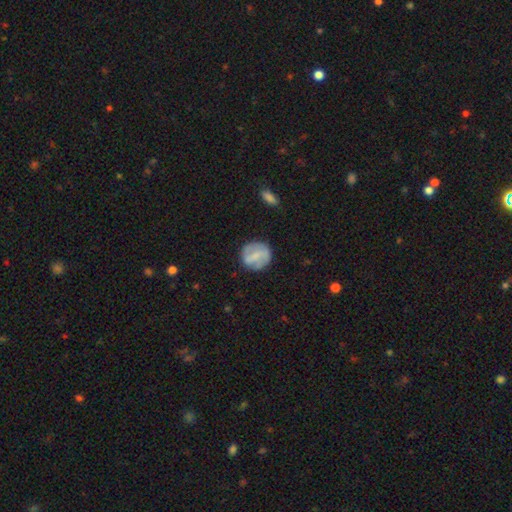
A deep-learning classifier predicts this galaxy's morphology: Smooth or featured?
  - smooth: 48% *
  - featured or disk: 45%
  - star or artifact: 7%
Merging?
  - none: 74% *
  - minor disturbance: 17%
  - major disturbance: 7%
  - merger: 2%